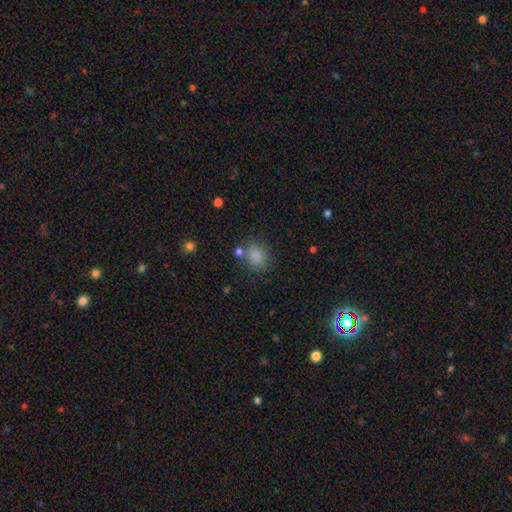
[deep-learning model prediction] Smooth or featured?
  - smooth: 83% *
  - star or artifact: 11%
  - featured or disk: 5%
How rounded?
  - round: 50% *
  - in between: 48%
  - cigar-shaped: 1%
Merging?
  - none: 72% *
  - minor disturbance: 14%
  - merger: 8%
  - major disturbance: 5%